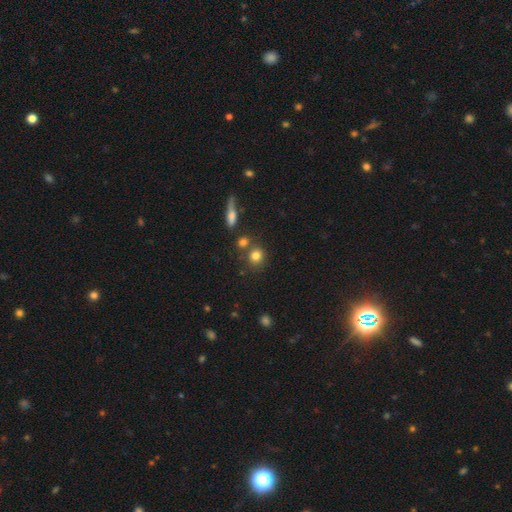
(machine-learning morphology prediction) Q: Smooth or featured?
A: smooth (79%); runner-up: star or artifact (12%)
Q: How rounded?
A: round (82%); runner-up: in between (16%)
Q: Merging?
A: none (65%); runner-up: merger (20%)